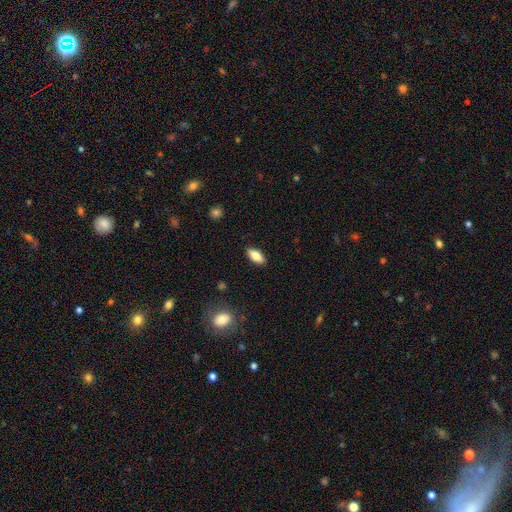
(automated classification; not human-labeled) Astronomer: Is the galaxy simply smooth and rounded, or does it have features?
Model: smooth — 78%.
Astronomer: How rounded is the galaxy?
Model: in between — 87%.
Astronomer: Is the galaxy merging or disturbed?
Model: none — 88%.